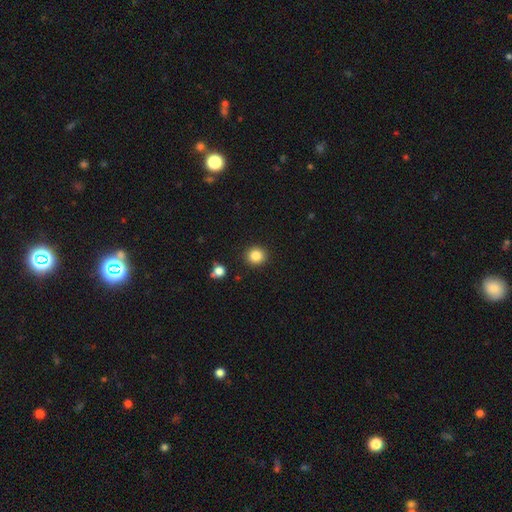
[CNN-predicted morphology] Smooth or featured? smooth (84%)
How rounded? round (89%)
Merging? none (91%)